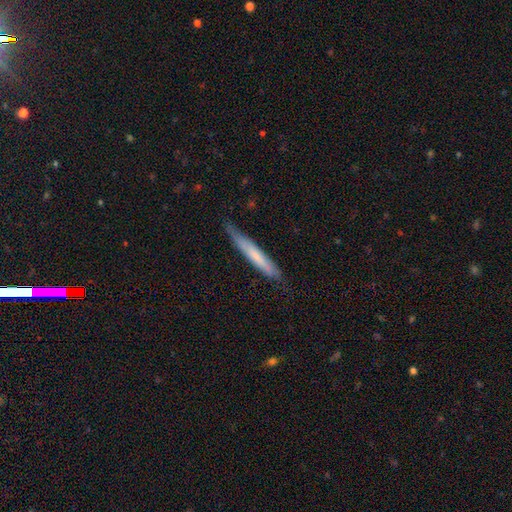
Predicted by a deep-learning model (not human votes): Smooth or featured: smooth — 62% (featured or disk — 32%)
How rounded: cigar-shaped — 94% (in between — 4%)
Merging: none — 76% (minor disturbance — 20%)